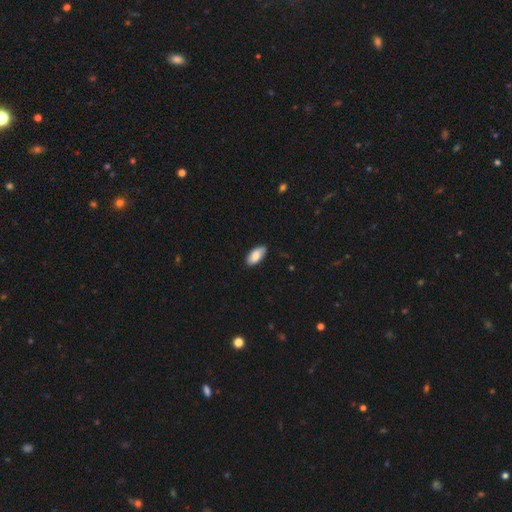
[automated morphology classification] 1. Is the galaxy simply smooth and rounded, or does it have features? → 82% smooth, 12% featured or disk, 6% star or artifact.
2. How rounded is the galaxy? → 93% in between, 5% cigar-shaped, 2% round.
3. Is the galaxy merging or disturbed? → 84% none, 13% minor disturbance, 2% major disturbance, 1% merger.